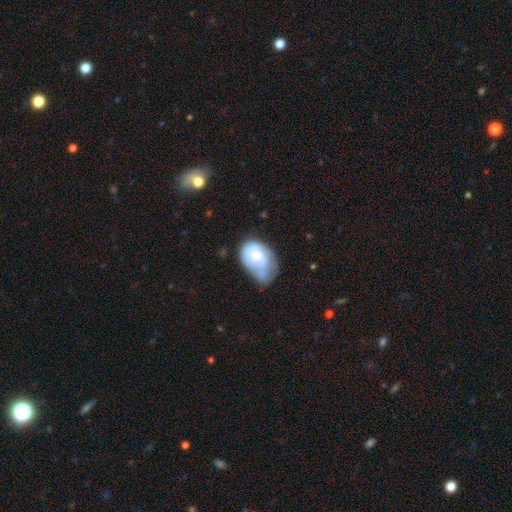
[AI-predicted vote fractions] Smooth or featured? smooth (47%)
Merging? minor disturbance (35%)